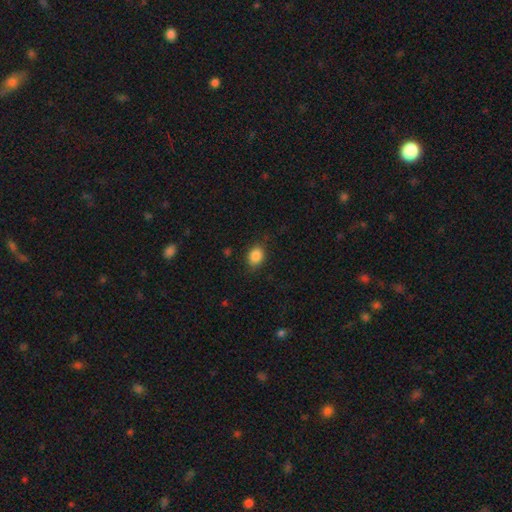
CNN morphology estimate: Q: Smooth or featured?
A: smooth (86%); runner-up: star or artifact (9%)
Q: How rounded?
A: in between (56%); runner-up: round (43%)
Q: Merging?
A: none (81%); runner-up: minor disturbance (14%)